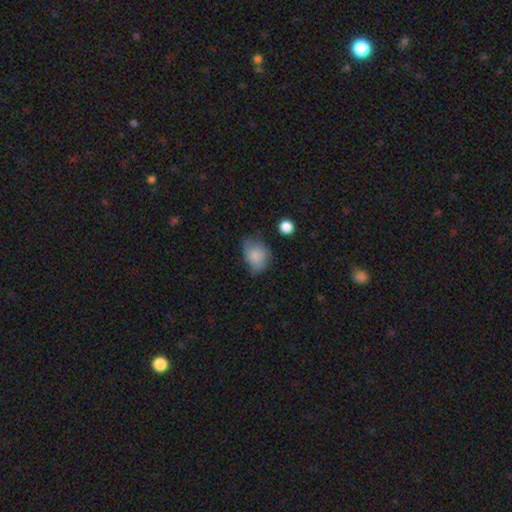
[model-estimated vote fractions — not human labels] The model was most divided on "merging": none: 43%, minor disturbance: 41%, major disturbance: 14%, merger: 3%. More confident: smooth or featured — smooth (75%); how rounded — in between (60%).